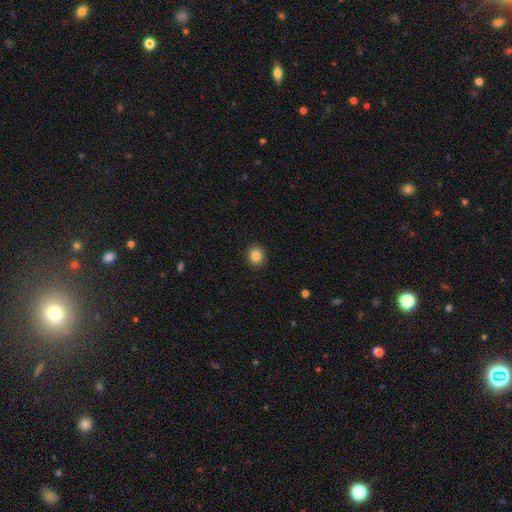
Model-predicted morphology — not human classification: Smooth or featured? Predicted: smooth (p=0.85). How rounded? Predicted: round (p=0.79). Merging? Predicted: none (p=0.91).